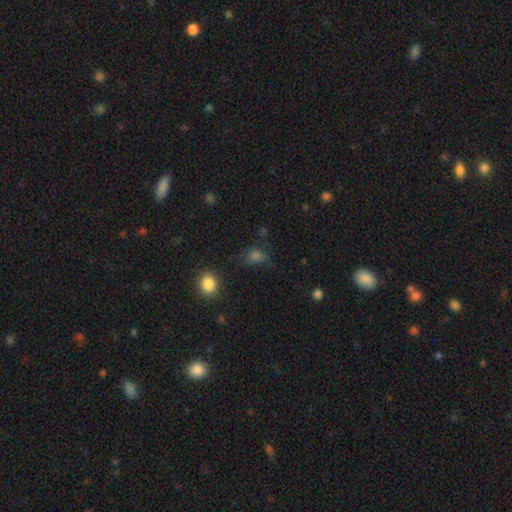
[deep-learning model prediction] Smooth or featured?
  - smooth: 65% *
  - star or artifact: 26%
  - featured or disk: 9%
How rounded?
  - round: 50% *
  - in between: 48%
  - cigar-shaped: 2%
Merging?
  - none: 64% *
  - minor disturbance: 20%
  - major disturbance: 12%
  - merger: 3%